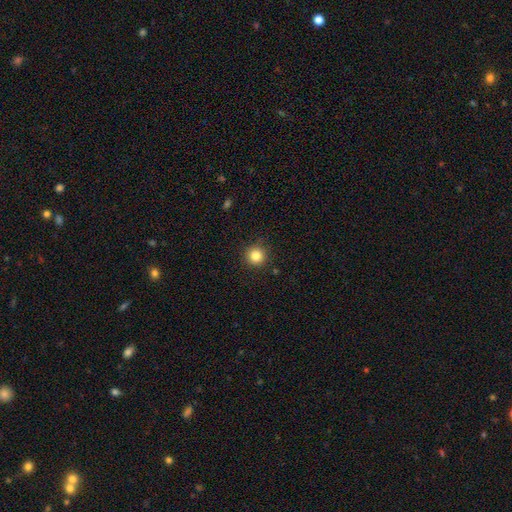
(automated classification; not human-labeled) Smooth or featured?
  - smooth: 84% *
  - star or artifact: 11%
  - featured or disk: 5%
How rounded?
  - round: 95% *
  - in between: 4%
  - cigar-shaped: 1%
Merging?
  - none: 91% *
  - minor disturbance: 6%
  - major disturbance: 2%
  - merger: 1%